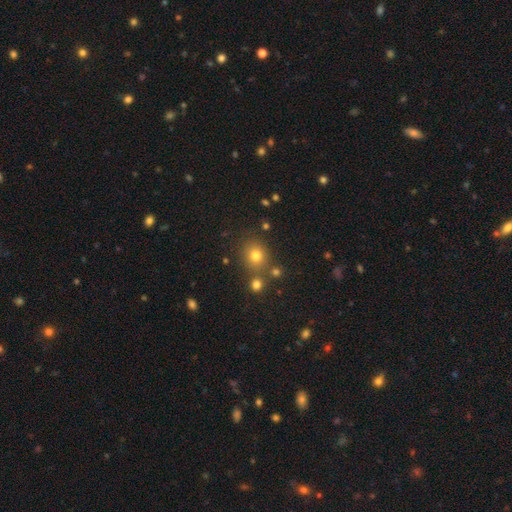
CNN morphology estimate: smooth-or-featured: smooth: 76% | star or artifact: 16% | featured or disk: 8%
  how-rounded: round: 81% | in between: 18% | cigar-shaped: 1%
  merging: none: 75% | merger: 11% | minor disturbance: 10% | major disturbance: 4%